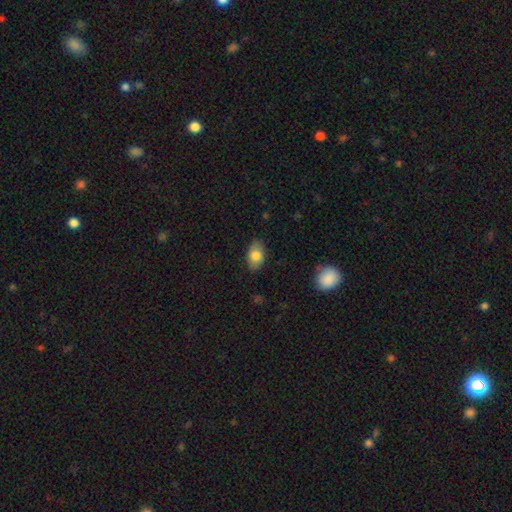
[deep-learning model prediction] smooth 79%, featured or disk 14%, star or artifact 7%. Down the decision tree: how rounded — in between (90%); merging — none (83%).